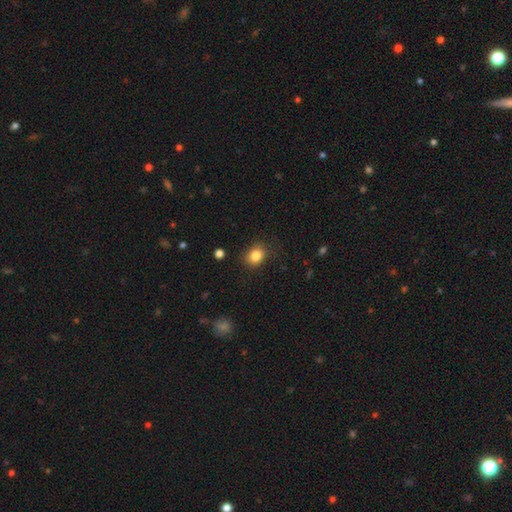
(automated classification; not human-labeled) Morphology: type=smooth (84%); roundness=round (62%); merging=none (83%).